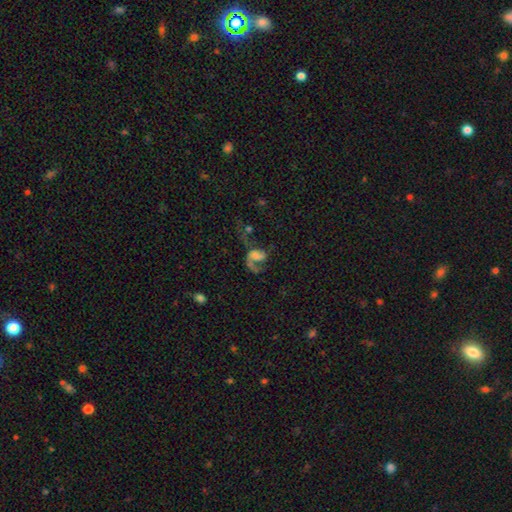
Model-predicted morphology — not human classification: This appears to be a featured or disk galaxy (61%) with no bar (62%), spiral arms (74%) and no central bulge (40%). Merging: major disturbance (50%).